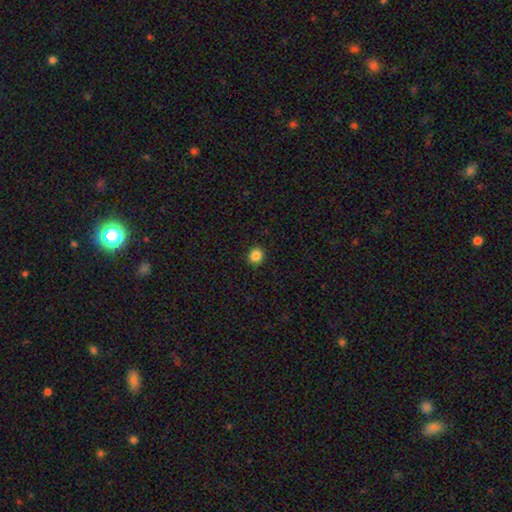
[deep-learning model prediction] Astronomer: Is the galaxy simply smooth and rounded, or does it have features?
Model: smooth — 85%.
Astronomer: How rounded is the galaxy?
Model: round — 91%.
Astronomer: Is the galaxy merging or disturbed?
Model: none — 93%.